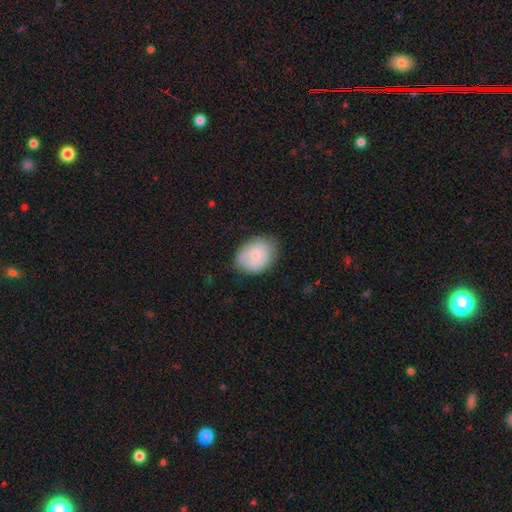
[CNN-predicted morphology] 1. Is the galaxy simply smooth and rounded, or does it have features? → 71% smooth, 22% featured or disk, 7% star or artifact.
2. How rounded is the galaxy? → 62% in between, 37% round, 1% cigar-shaped.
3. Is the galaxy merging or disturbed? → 68% none, 24% minor disturbance, 6% major disturbance, 1% merger.